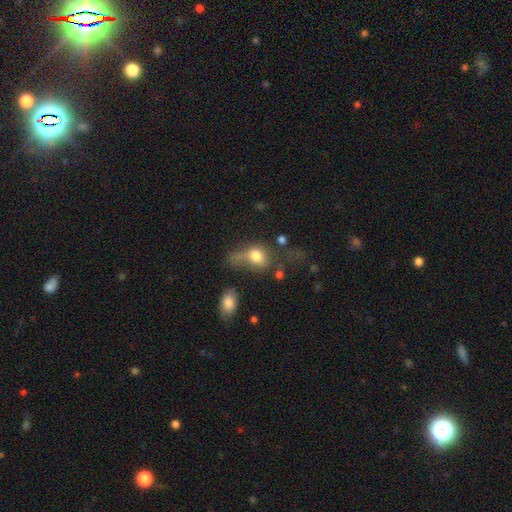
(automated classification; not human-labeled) smooth 74%, featured or disk 15%, star or artifact 11%. Down the decision tree: how rounded — in between (64%); merging — major disturbance (37%).